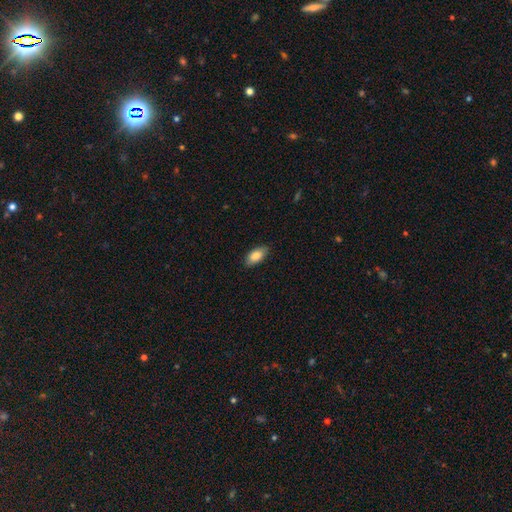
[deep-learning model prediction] Overall: smooth (85%). How rounded: in between (91%). Merging: none (85%).